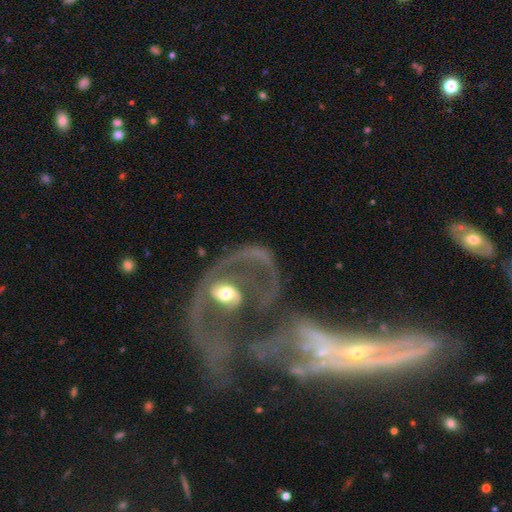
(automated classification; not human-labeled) This appears to be a featured or disk galaxy (76%) with no bar (52%), spiral arms (65%) and a moderate central bulge (66%). Merging: merger (33%).